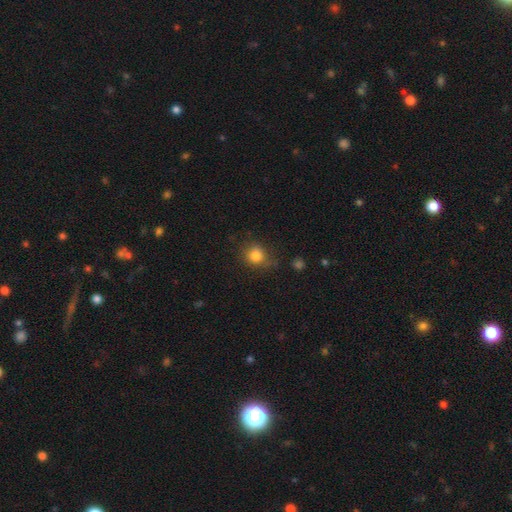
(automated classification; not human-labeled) smooth-or-featured: smooth: 82% | star or artifact: 11% | featured or disk: 6%
  how-rounded: round: 80% | in between: 19% | cigar-shaped: 1%
  merging: none: 69% | minor disturbance: 21% | major disturbance: 7% | merger: 3%